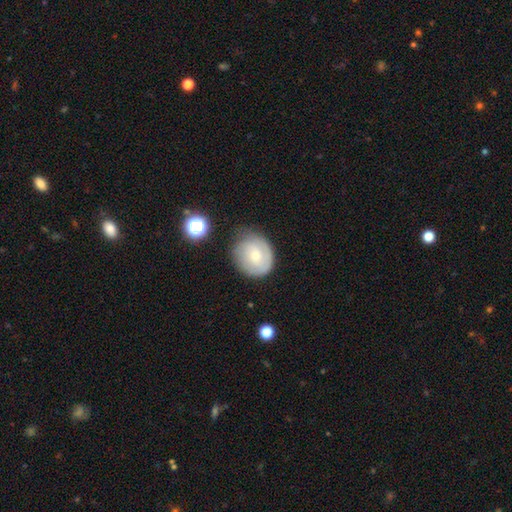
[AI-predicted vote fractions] Morphology: type=smooth (54%); roundness=round (74%); merging=none (60%).